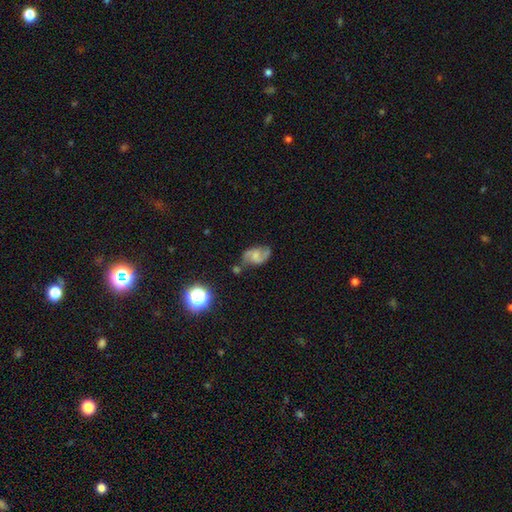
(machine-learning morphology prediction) type=featured or disk (69%); edge-on=no (97%); bar=weak (45%); spiral arms=yes (92%); winding=medium (46%); arm count=2 (89%); bulge=small (37%); merging=none (62%).